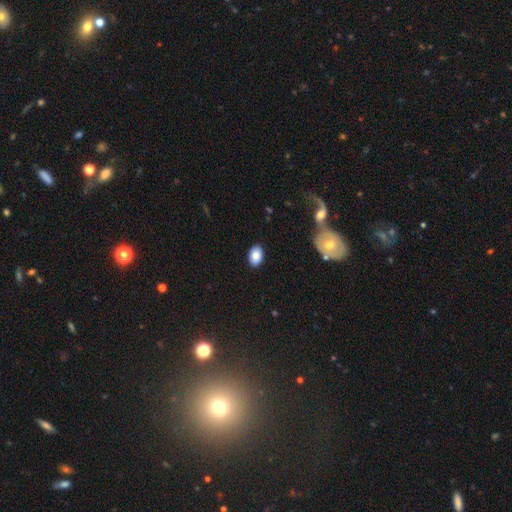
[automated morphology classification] Smooth or featured? smooth (85%)
How rounded? in between (84%)
Merging? none (89%)